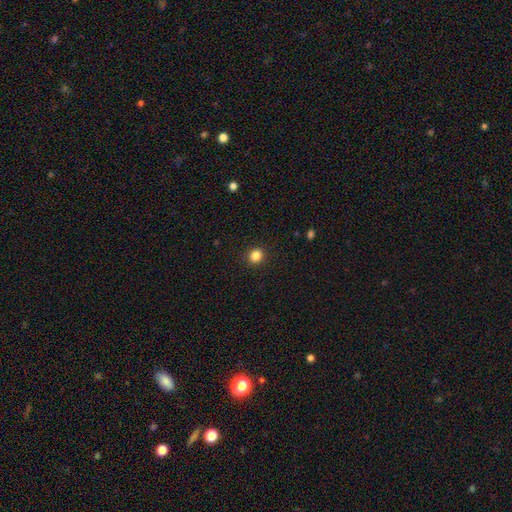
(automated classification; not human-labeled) This appears to be a smooth galaxy with no disk features (85%) that is round (74%). Merging: none (91%).